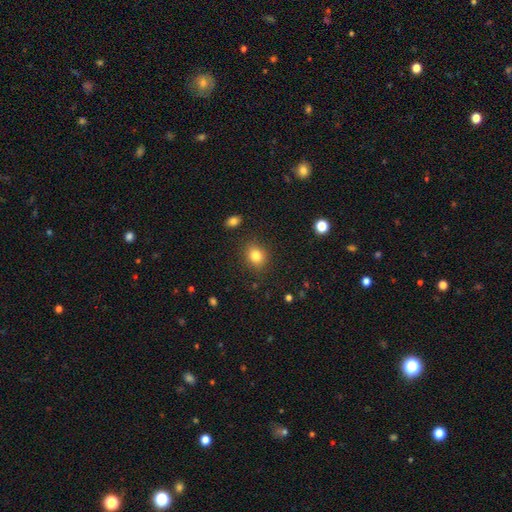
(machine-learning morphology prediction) Smooth or featured? Predicted: smooth (p=0.82). How rounded? Predicted: round (p=0.63). Merging? Predicted: none (p=0.85).